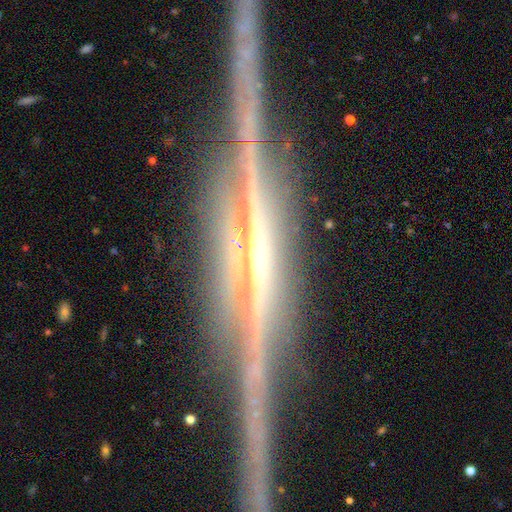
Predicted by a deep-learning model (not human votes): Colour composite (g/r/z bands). It shows a featured or disk galaxy (91%) viewed edge-on (98%) with a rounded central bulge (52%). Merging: none (86%).